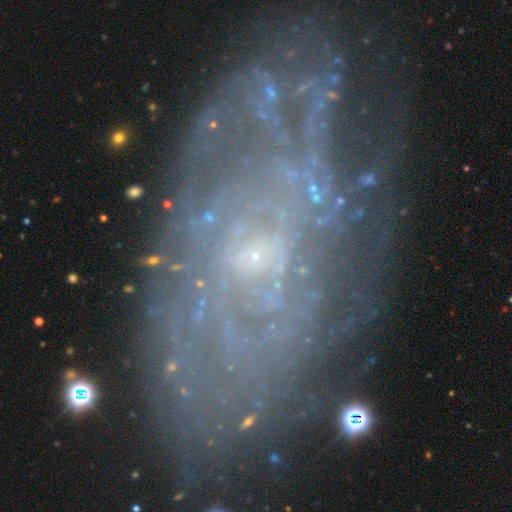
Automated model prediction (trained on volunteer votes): smooth_or_featured: featured or disk (p=0.78) [alt: smooth p=0.12]
disk_edge_on: no (p=0.95) [alt: yes p=0.05]
bar: no (p=0.70) [alt: weak p=0.22]
has_spiral_arms: yes (p=0.79) [alt: no p=0.21]
spiral_winding: tight (p=0.61) [alt: medium p=0.27]
spiral_arm_count: can't tell (p=0.49) [alt: 2 p=0.19]
bulge_size: small (p=0.79) [alt: none p=0.11]
merging: none (p=0.61) [alt: minor disturbance p=0.20]